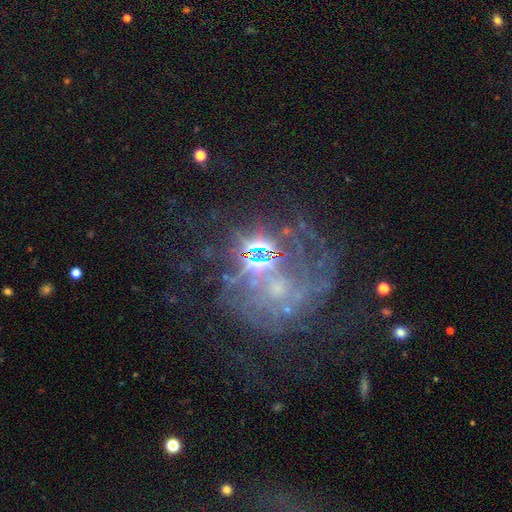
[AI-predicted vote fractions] A featured or disk galaxy (59%) with no bar (78%), spiral arms (53%) and a moderate central bulge (39%).

Vote fractions:
- Smooth or featured? featured or disk: 59% / star or artifact: 26% / smooth: 15%
- Edge-on disk? no: 97% / yes: 3%
- Bar? no: 78% / weak: 16% / strong: 6%
- Spiral arms? yes: 53% / no: 47%
- Bulge size? moderate: 39% / small: 34% / none: 15% / large: 9% / dominant: 4%
- Merging? none: 38% / major disturbance: 30% / merger: 17% / minor disturbance: 14%